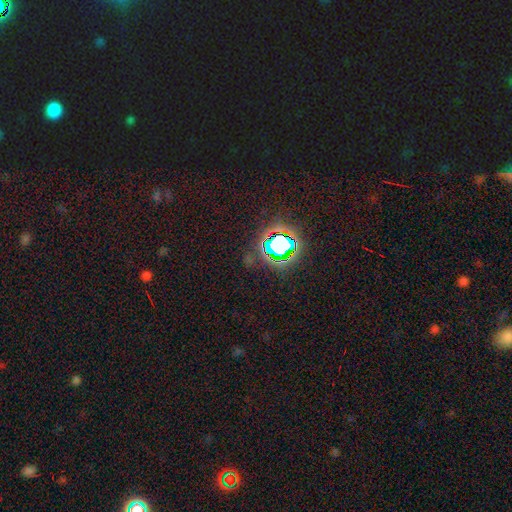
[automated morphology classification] Smooth or featured?
  - star or artifact: 80% *
  - smooth: 13%
  - featured or disk: 7%